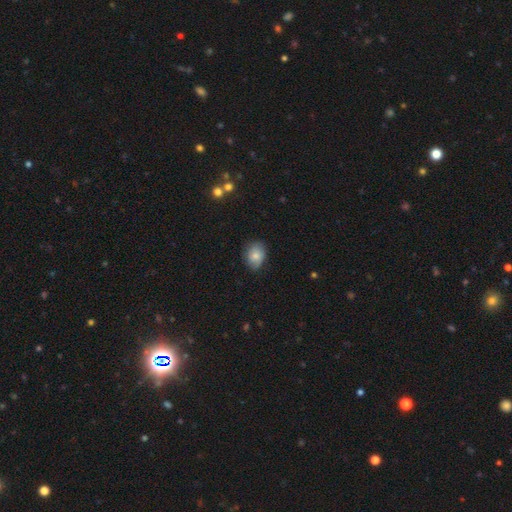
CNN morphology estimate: Smooth or featured: smooth — 77% (featured or disk — 15%)
How rounded: in between — 61% (round — 38%)
Merging: none — 74% (minor disturbance — 20%)